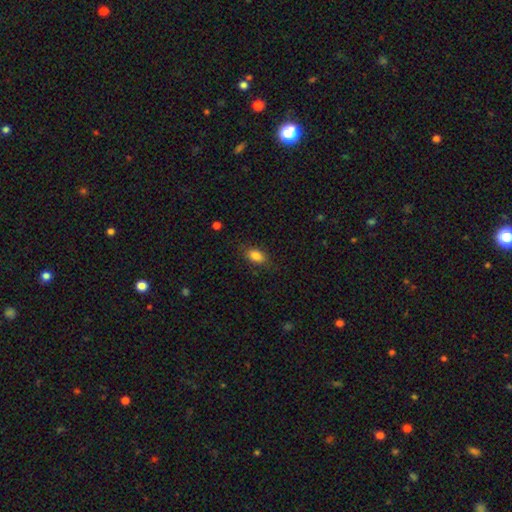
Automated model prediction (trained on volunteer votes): Smooth or featured? smooth (86%)
How rounded? in between (88%)
Merging? none (82%)